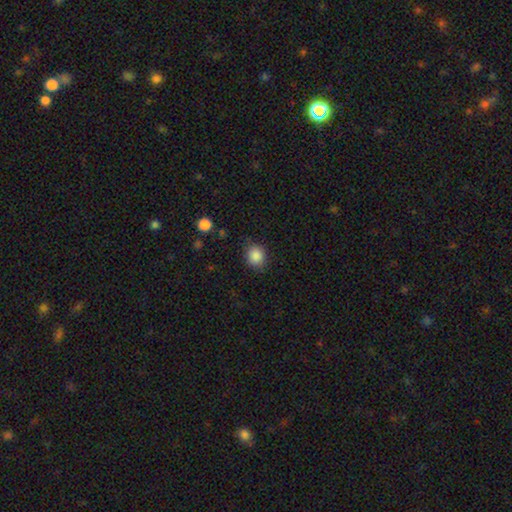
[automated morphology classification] Smooth or featured: smooth — 87% (star or artifact — 9%)
How rounded: round — 71% (in between — 28%)
Merging: none — 82% (minor disturbance — 13%)